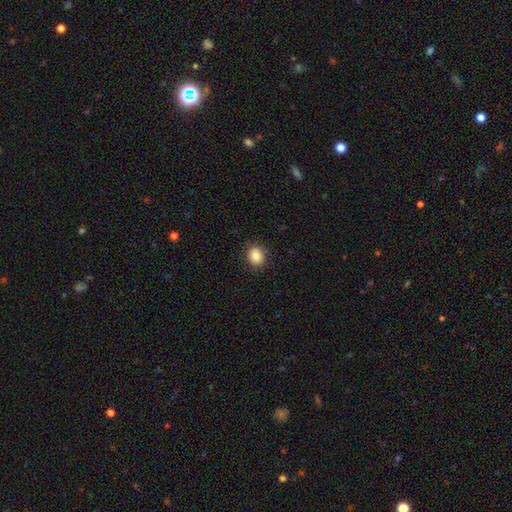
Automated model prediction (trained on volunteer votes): A smooth galaxy with no disk features (85%) that is round (62%).

Vote fractions:
- Smooth or featured? smooth: 85% / star or artifact: 9% / featured or disk: 5%
- How rounded? round: 62% / in between: 37% / cigar-shaped: 1%
- Merging? none: 89% / minor disturbance: 8% / major disturbance: 2% / merger: 1%